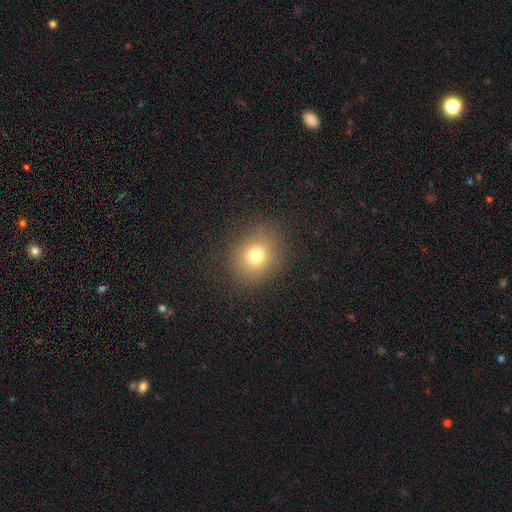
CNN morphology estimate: A smooth galaxy with no disk features (74%) that is round (75%).

Vote fractions:
- Smooth or featured? smooth: 74% / star or artifact: 15% / featured or disk: 10%
- How rounded? round: 75% / in between: 24% / cigar-shaped: 1%
- Merging? none: 85% / minor disturbance: 10% / major disturbance: 5% / merger: 1%